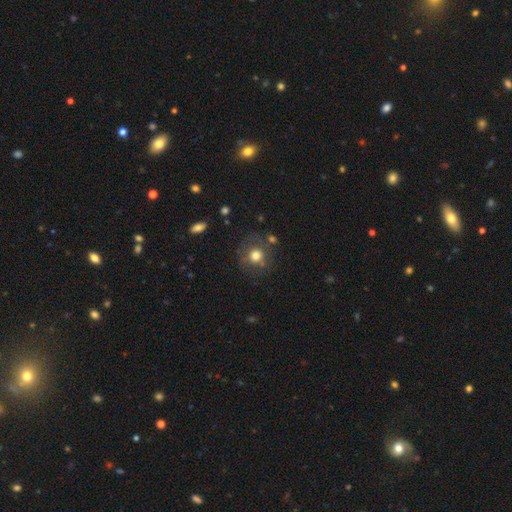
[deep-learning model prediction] This is likely a smooth galaxy (73%). How rounded: clearly round (90%). Merging: likely none (75%).